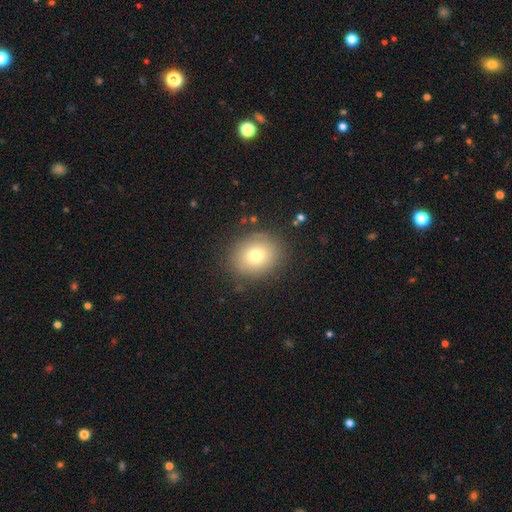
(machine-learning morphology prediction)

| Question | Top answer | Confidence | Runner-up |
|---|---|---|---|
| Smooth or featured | smooth | 75% | featured or disk (13%) |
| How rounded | round | 71% | in between (28%) |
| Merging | none | 86% | minor disturbance (9%) |